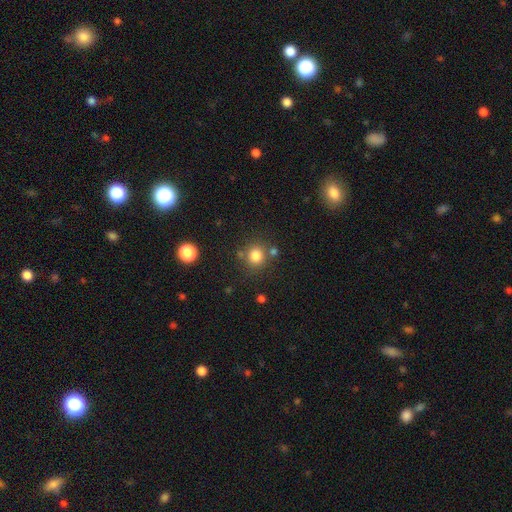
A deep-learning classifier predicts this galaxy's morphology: type=smooth (81%); roundness=round (87%); merging=none (75%).